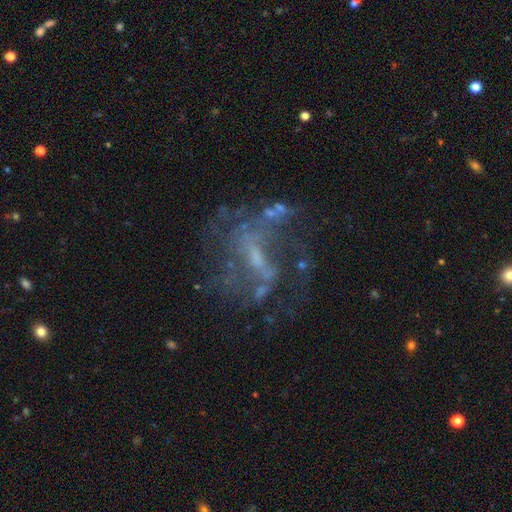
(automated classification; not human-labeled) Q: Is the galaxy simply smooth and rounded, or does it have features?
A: featured or disk — 72%.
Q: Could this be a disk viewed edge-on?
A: no — 94%.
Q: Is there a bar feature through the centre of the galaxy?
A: weak — 42%.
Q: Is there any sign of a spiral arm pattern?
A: yes — 57%.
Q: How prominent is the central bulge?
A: small — 50%.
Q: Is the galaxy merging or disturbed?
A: none — 48%.